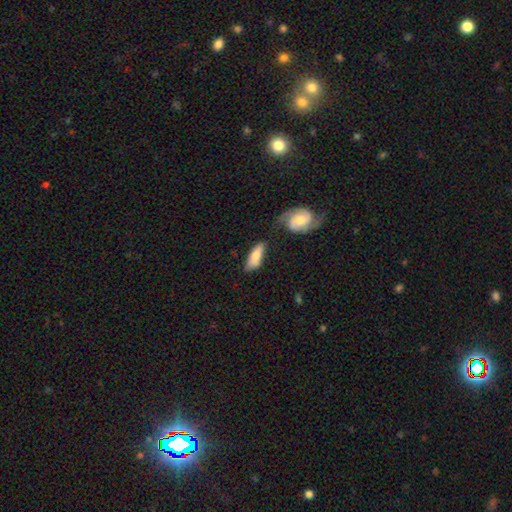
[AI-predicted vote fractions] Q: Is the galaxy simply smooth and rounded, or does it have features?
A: smooth — 66%.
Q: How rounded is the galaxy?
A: in between — 64%.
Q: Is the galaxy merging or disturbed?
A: none — 54%.